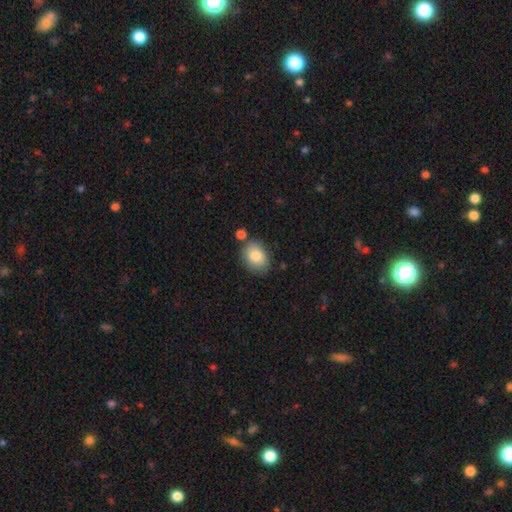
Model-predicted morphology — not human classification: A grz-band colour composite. It shows a smooth galaxy with no disk features (84%) that is in between round and cigar-shaped (71%). Merging: none (73%).